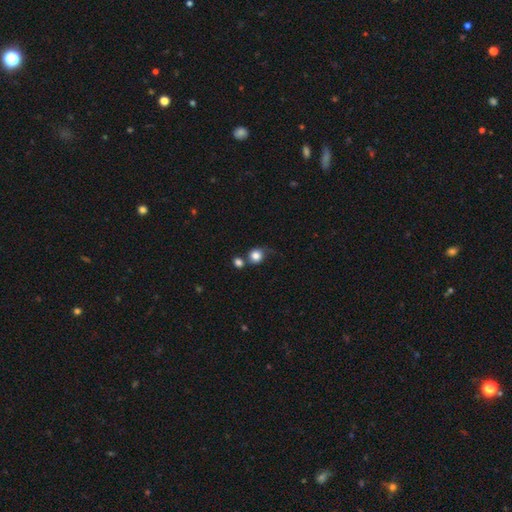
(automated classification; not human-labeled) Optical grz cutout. It shows a smooth galaxy with no disk features (82%) that is round (83%). Merging: none (47%).